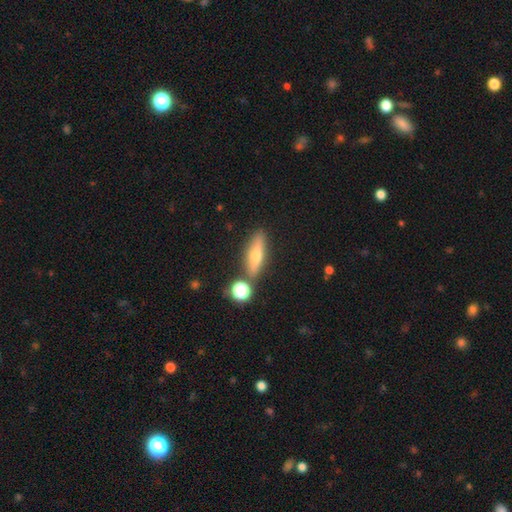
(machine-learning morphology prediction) A smooth galaxy with no disk features (48%).

Vote fractions:
- Smooth or featured? smooth: 48% / featured or disk: 42% / star or artifact: 10%
- Merging? none: 78% / minor disturbance: 11% / merger: 9% / major disturbance: 3%